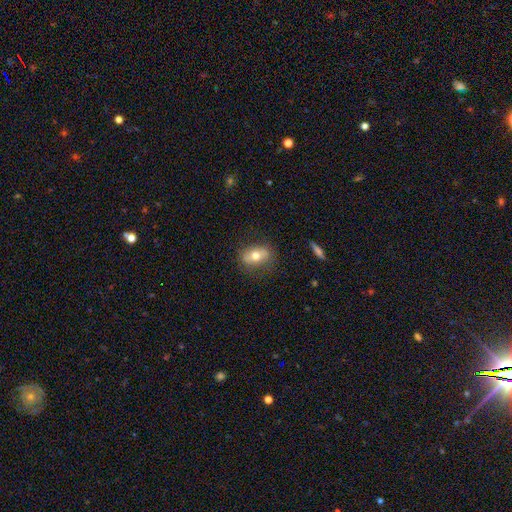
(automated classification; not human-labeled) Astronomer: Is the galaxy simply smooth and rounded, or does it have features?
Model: smooth — 65%.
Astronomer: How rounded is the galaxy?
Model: in between — 79%.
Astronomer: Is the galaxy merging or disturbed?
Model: none — 77%.